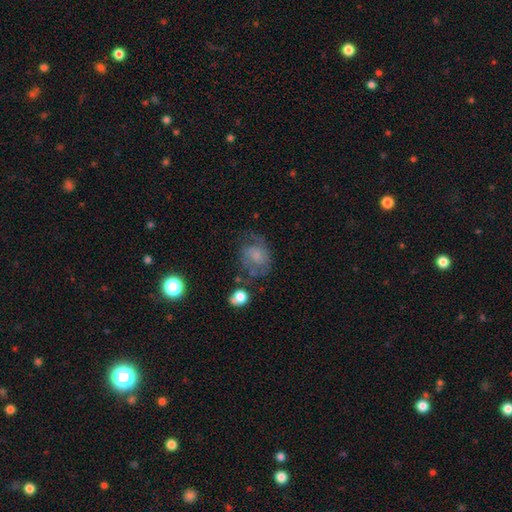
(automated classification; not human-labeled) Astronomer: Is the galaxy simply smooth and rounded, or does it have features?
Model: smooth — 48% (runner-up: featured or disk, 41%).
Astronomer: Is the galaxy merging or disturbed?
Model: none — 45% (runner-up: minor disturbance, 26%).